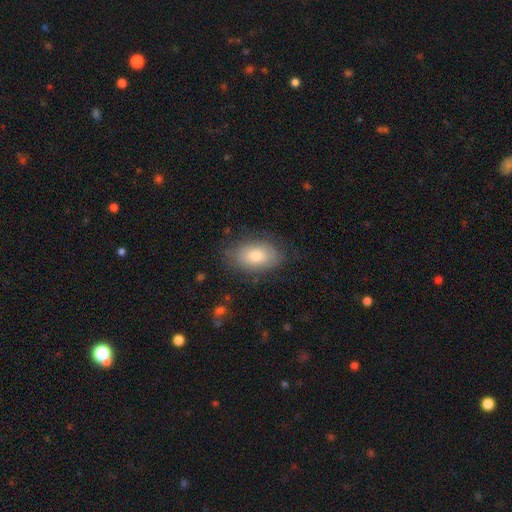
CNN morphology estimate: smooth 75%, featured or disk 18%, star or artifact 7%. Down the decision tree: how rounded — in between (91%); merging — none (77%).